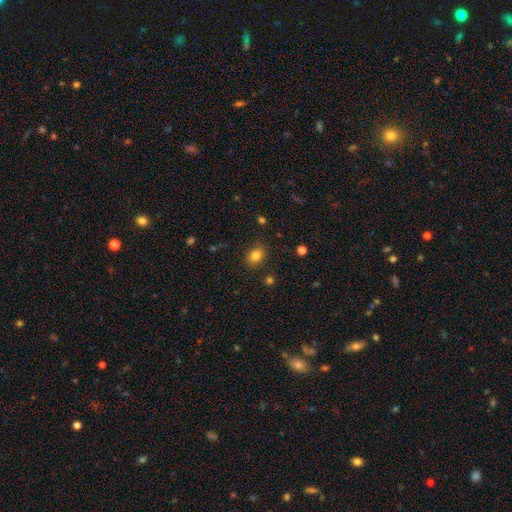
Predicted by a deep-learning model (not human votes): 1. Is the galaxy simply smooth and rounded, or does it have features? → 82% smooth, 11% star or artifact, 7% featured or disk.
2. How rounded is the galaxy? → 63% in between, 36% round, 1% cigar-shaped.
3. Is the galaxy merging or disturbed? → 85% none, 10% minor disturbance, 3% major disturbance, 2% merger.